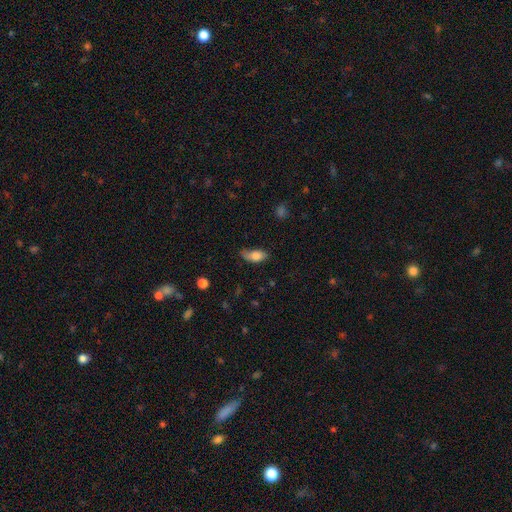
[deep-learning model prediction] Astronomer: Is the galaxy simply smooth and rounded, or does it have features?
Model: smooth — 81%.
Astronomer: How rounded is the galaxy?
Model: in between — 87%.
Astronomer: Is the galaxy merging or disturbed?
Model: none — 53% (runner-up: minor disturbance, 35%).